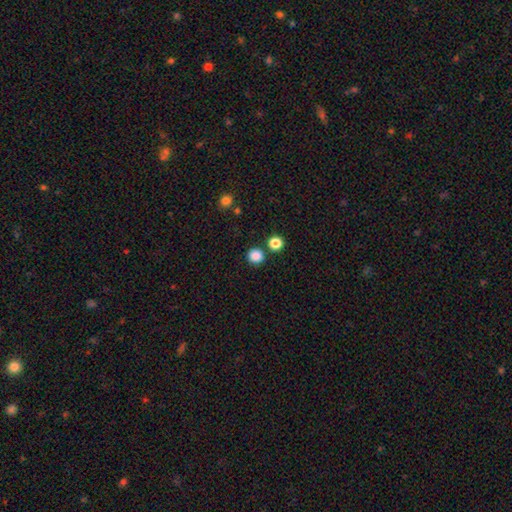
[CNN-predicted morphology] A smooth galaxy with no disk features (86%) that is round (92%). Merging: none (84%).